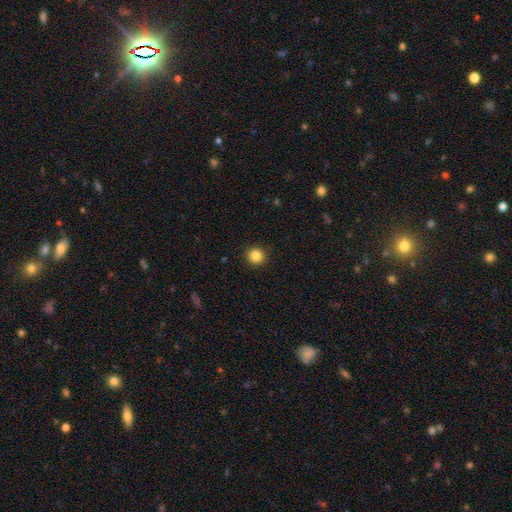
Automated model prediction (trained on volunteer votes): Q: Smooth or featured?
A: smooth (85%); runner-up: star or artifact (11%)
Q: How rounded?
A: round (91%); runner-up: in between (8%)
Q: Merging?
A: none (92%); runner-up: minor disturbance (5%)